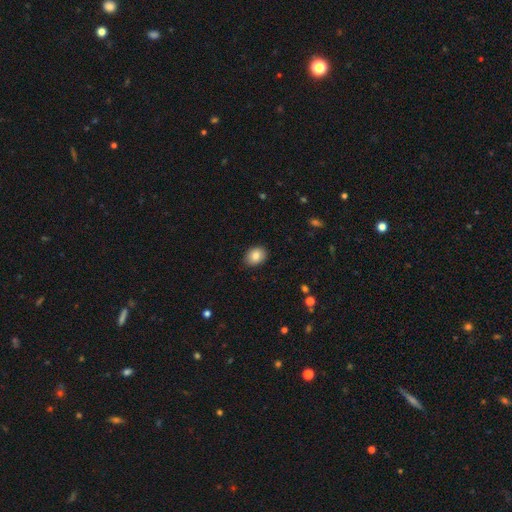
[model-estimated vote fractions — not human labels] smooth 84%, star or artifact 8%, featured or disk 8%. Down the decision tree: how rounded — in between (59%); merging — none (88%).